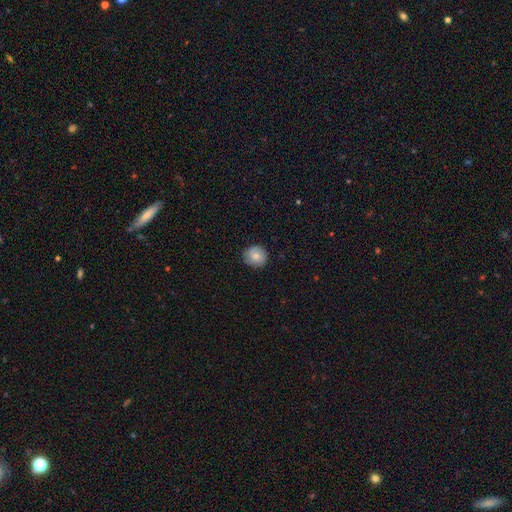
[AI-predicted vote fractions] The model was most divided on "smooth or featured": smooth: 73%, featured or disk: 19%, star or artifact: 8%. More confident: how rounded — round (88%); merging — none (83%).